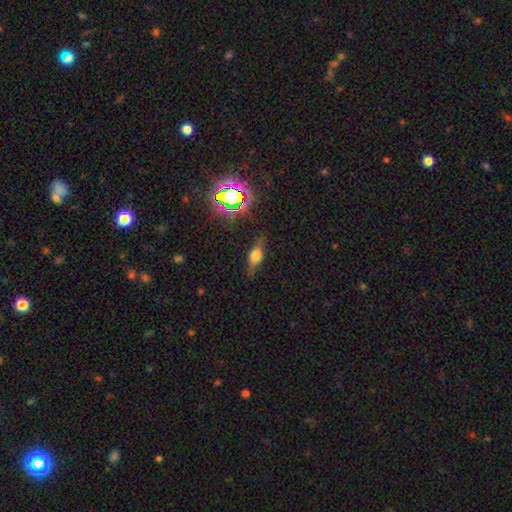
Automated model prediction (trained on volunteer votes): smooth_or_featured: smooth (p=0.44) [alt: featured or disk p=0.41]
merging: none (p=0.78) [alt: minor disturbance p=0.16]